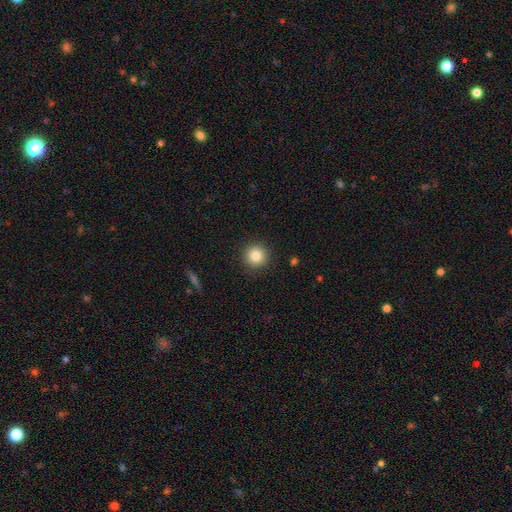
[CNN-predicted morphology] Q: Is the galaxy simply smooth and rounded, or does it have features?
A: smooth — 84%.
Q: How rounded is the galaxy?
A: round — 95%.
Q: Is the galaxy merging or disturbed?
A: none — 92%.